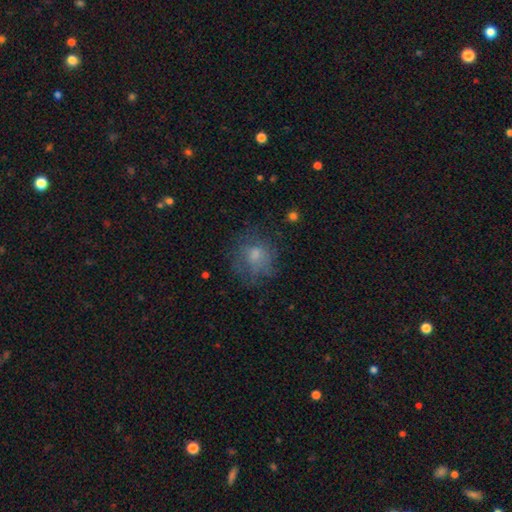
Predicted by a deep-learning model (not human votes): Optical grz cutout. It shows a smooth galaxy with no disk features (63%) that is round (76%). Merging: none (59%).